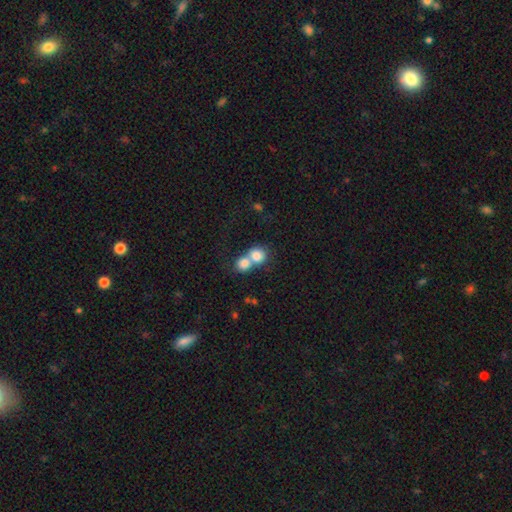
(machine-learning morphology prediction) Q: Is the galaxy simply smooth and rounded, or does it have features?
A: smooth — 80%.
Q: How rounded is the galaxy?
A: round — 75%.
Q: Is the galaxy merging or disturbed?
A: merger — 67%.